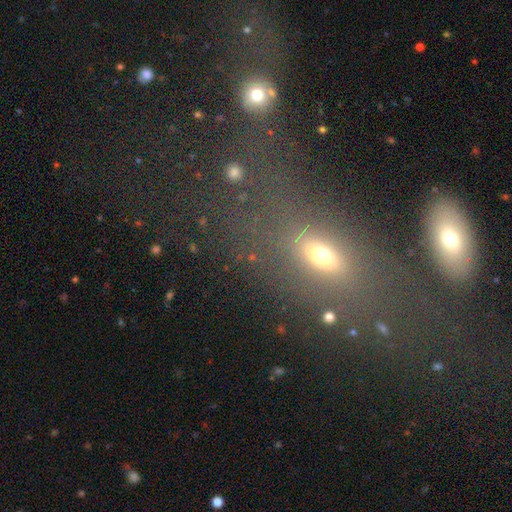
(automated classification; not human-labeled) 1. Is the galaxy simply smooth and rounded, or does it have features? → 54% smooth, 28% star or artifact, 19% featured or disk.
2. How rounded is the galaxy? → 66% in between, 19% round, 15% cigar-shaped.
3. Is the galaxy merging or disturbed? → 55% none, 15% major disturbance, 15% merger, 15% minor disturbance.